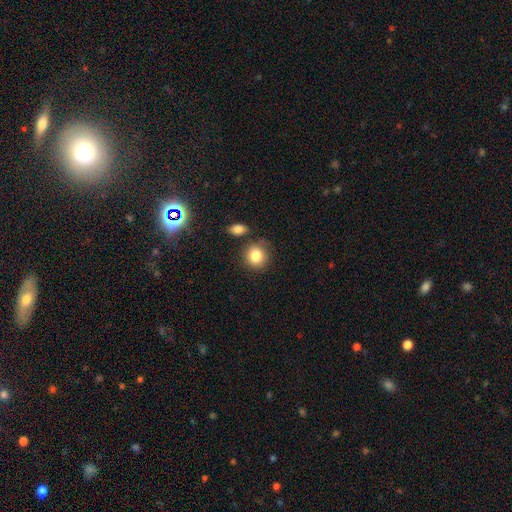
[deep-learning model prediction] Overall: smooth (84%). How rounded: round (82%). Merging: none (75%).